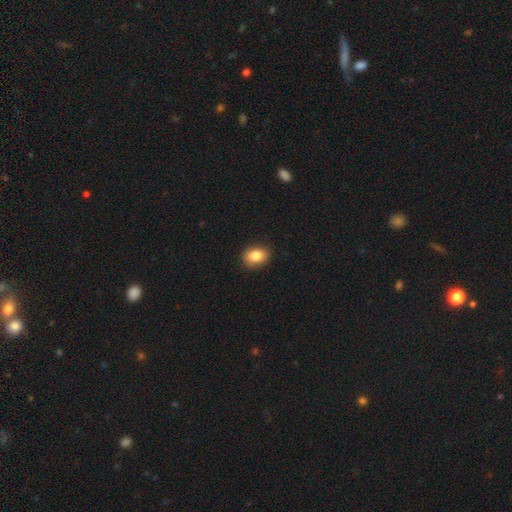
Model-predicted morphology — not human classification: A smooth galaxy with no disk features (85%) that is in between round and cigar-shaped (70%).

Vote fractions:
- Smooth or featured? smooth: 85% / star or artifact: 9% / featured or disk: 6%
- How rounded? in between: 70% / round: 29% / cigar-shaped: 1%
- Merging? none: 86% / minor disturbance: 10% / major disturbance: 2% / merger: 1%